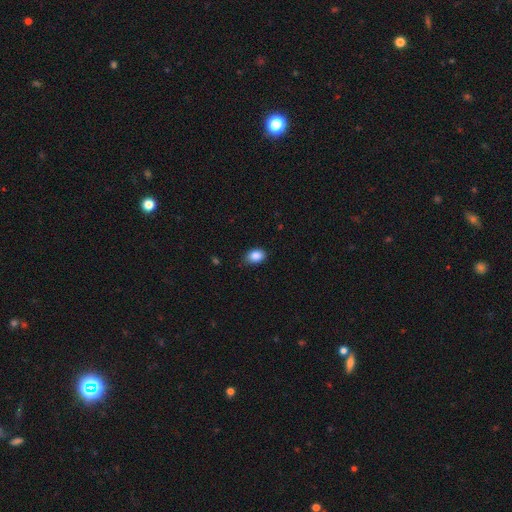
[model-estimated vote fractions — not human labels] Smooth or featured: smooth — 88% (star or artifact — 8%)
How rounded: in between — 79% (round — 20%)
Merging: none — 76% (minor disturbance — 20%)